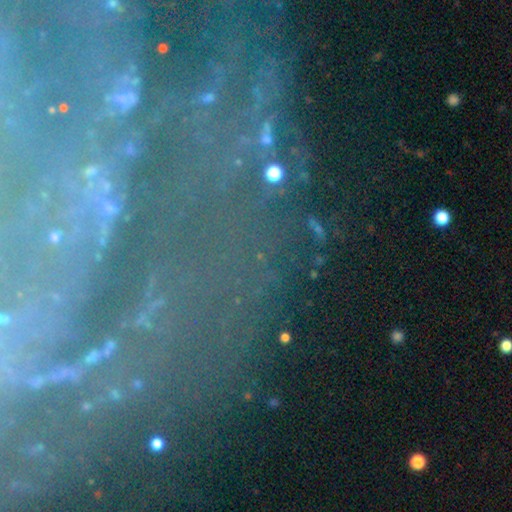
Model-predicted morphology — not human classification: smooth_or_featured: featured or disk (p=0.55) [alt: star or artifact p=0.32]
disk_edge_on: no (p=0.87) [alt: yes p=0.13]
merging: none (p=0.71) [alt: minor disturbance p=0.15]